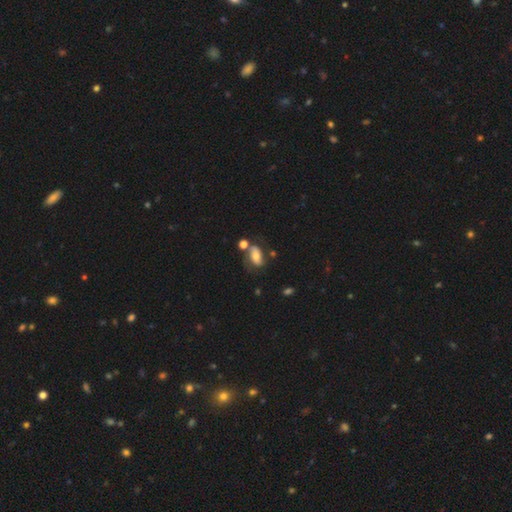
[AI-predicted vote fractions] smooth 51%, featured or disk 40%, star or artifact 9%. Down the decision tree: how rounded — in between (85%); merging — none (51%).